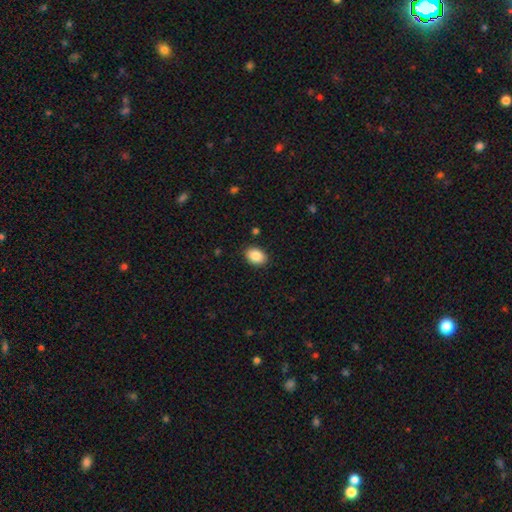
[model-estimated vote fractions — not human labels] A smooth galaxy with no disk features (88%) that is in between round and cigar-shaped (77%).

Vote fractions:
- Smooth or featured? smooth: 88% / star or artifact: 7% / featured or disk: 4%
- How rounded? in between: 77% / round: 22% / cigar-shaped: 1%
- Merging? none: 88% / minor disturbance: 8% / major disturbance: 2% / merger: 1%